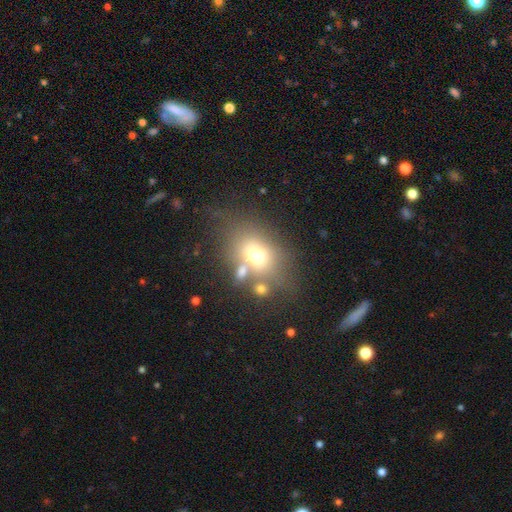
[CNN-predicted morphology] A smooth galaxy with no disk features (64%) that is in between round and cigar-shaped (60%).

Vote fractions:
- Smooth or featured? smooth: 64% / featured or disk: 21% / star or artifact: 15%
- How rounded? in between: 60% / round: 38% / cigar-shaped: 2%
- Merging? none: 49% / merger: 21% / minor disturbance: 17% / major disturbance: 13%